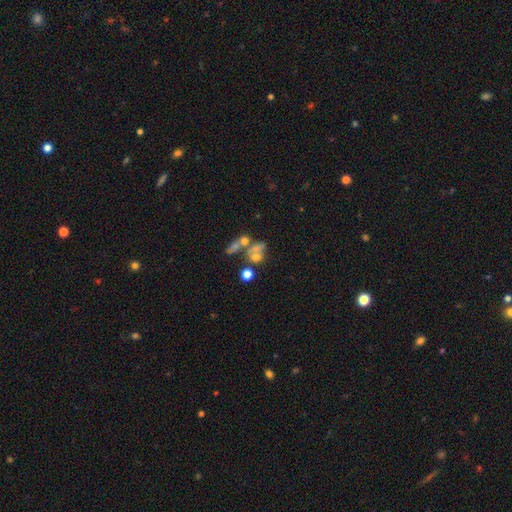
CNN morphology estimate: The model was most divided on "smooth or featured": smooth: 39%, featured or disk: 37%, star or artifact: 24%. Remaining: merging — merger (46%).